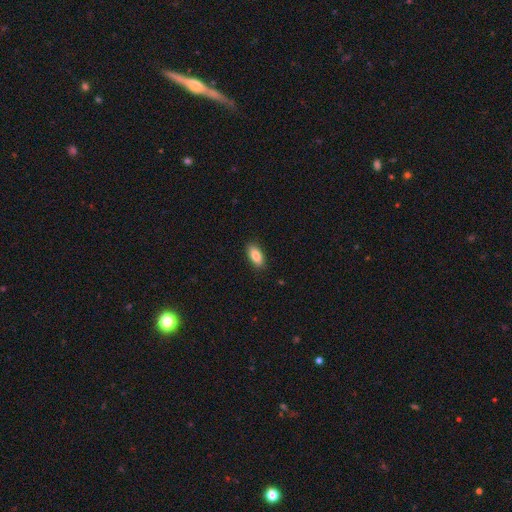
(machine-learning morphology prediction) A smooth galaxy with no disk features (85%) that is in between round and cigar-shaped (88%). Merging: none (89%).